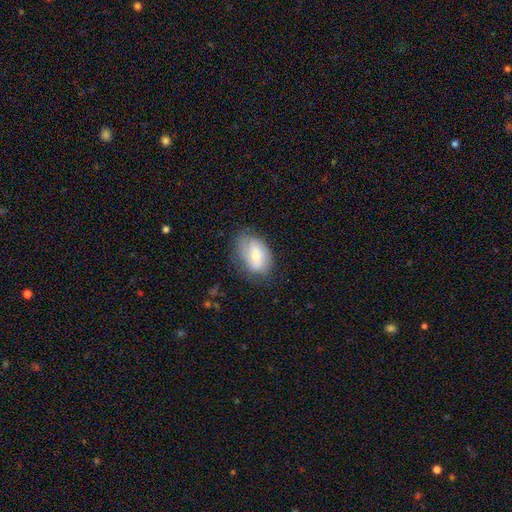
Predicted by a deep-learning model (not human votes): Smooth or featured? Predicted: smooth (p=0.57). How rounded? Predicted: in between (p=0.85). Merging? Predicted: none (p=0.62).